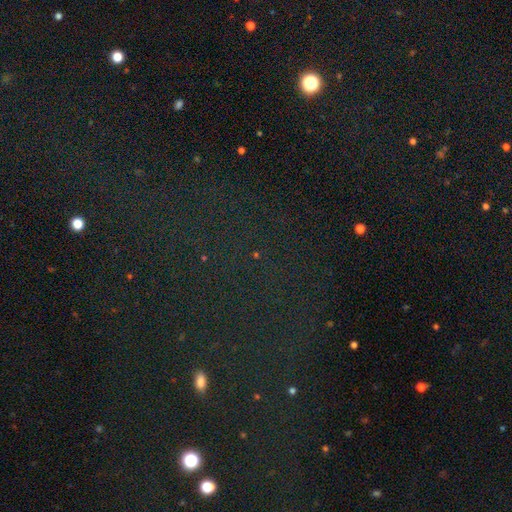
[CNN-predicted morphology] Q: Smooth or featured?
A: star or artifact (78%); runner-up: smooth (14%)